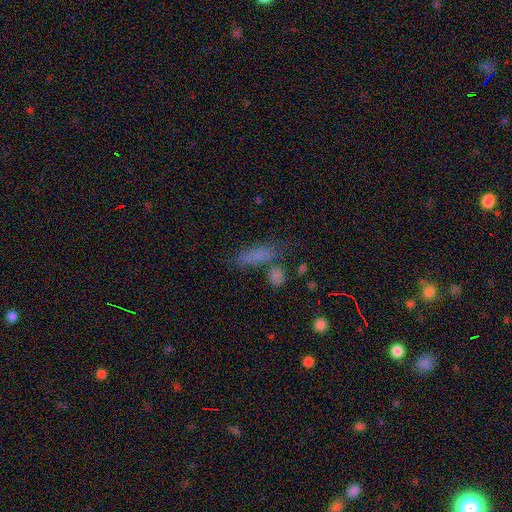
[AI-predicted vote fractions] This appears to be a smooth galaxy with no disk features (70%) that is in between round and cigar-shaped (50%). Merging: none (51%).